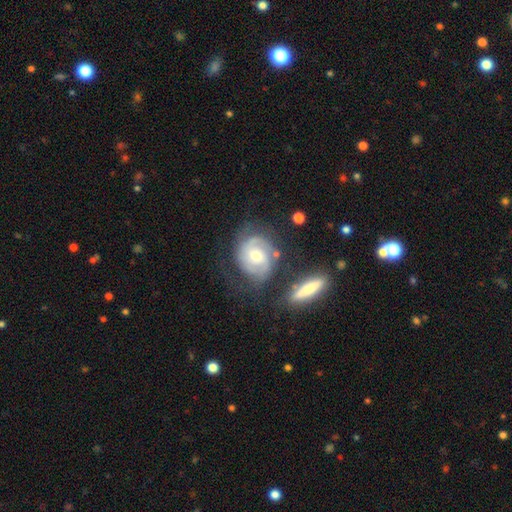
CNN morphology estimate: Smooth or featured?
  - featured or disk: 77% *
  - smooth: 17%
  - star or artifact: 6%
Edge-on disk?
  - no: 96% *
  - yes: 4%
Bar?
  - no: 57% *
  - weak: 34%
  - strong: 9%
Spiral arms?
  - yes: 92% *
  - no: 8%
Spiral winding?
  - tight: 55% *
  - medium: 35%
  - loose: 10%
Spiral arm count?
  - 2: 60% *
  - can't tell: 20%
  - 3: 12%
  - 1: 4%
  - 4: 3%
  - more than 4: 2%
Bulge size?
  - moderate: 63% *
  - small: 31%
  - large: 4%
  - none: 1%
  - dominant: 1%
Merging?
  - none: 59% *
  - minor disturbance: 21%
  - major disturbance: 12%
  - merger: 8%